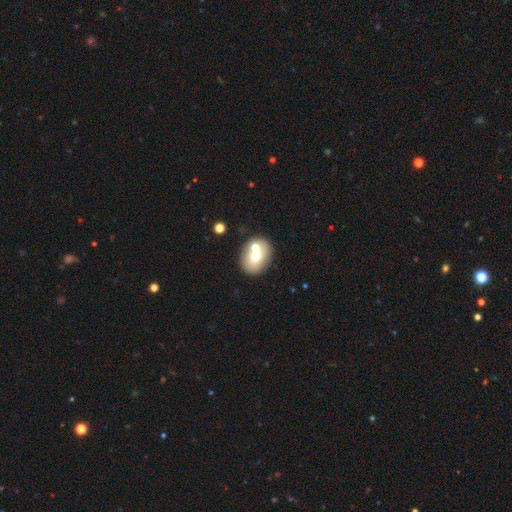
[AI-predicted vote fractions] The model was most divided on "how rounded": in between: 55%, round: 44%, cigar-shaped: 1%. More confident: smooth or featured — smooth (67%); merging — none (63%).